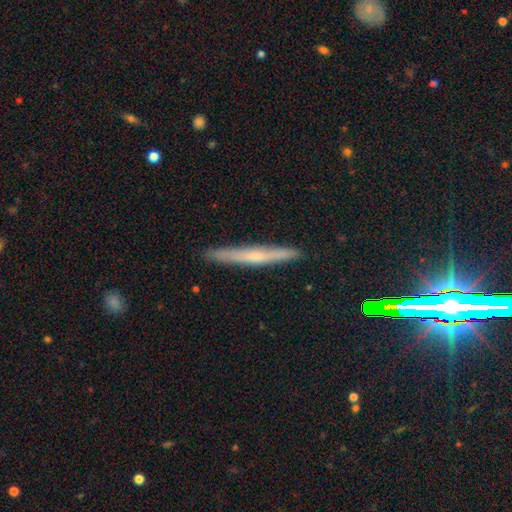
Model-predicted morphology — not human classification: featured or disk 53%, smooth 38%, star or artifact 9%. Down the decision tree: edge-on disk — yes (96%); edge-on bulge — none (51%); merging — none (90%).